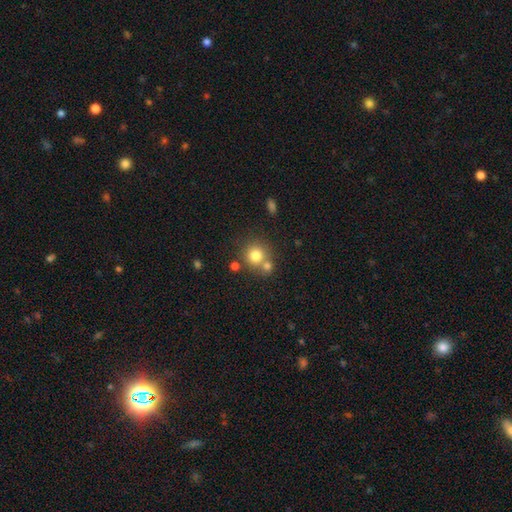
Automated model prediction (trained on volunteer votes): A smooth galaxy with no disk features (79%) that is round (90%). Merging: none (57%).